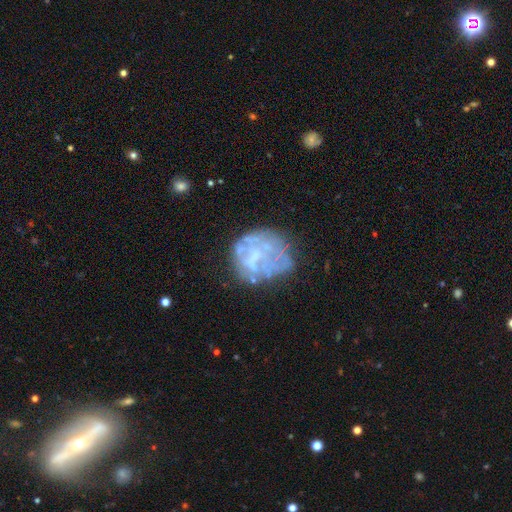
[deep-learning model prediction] A featured or disk galaxy (63%) with no bar (82%), no spiral arms (85%) and no central bulge (65%). Merging: none (50%).